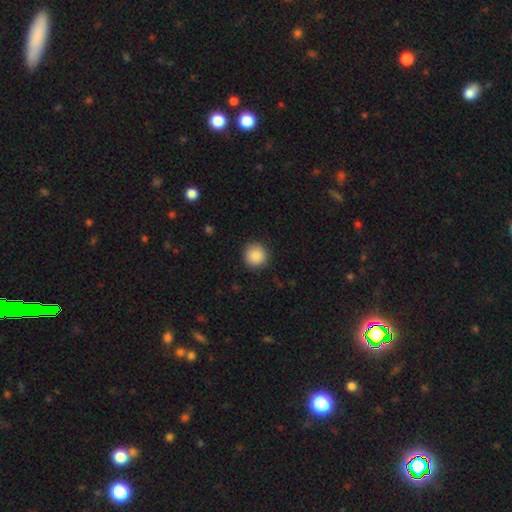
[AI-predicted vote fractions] smooth 88%, star or artifact 8%, featured or disk 3%. Down the decision tree: how rounded — round (95%); merging — none (91%).